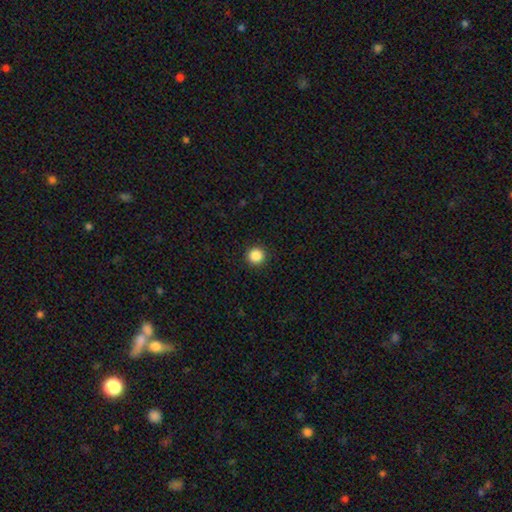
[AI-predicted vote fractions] Smooth or featured?
  - smooth: 86% *
  - star or artifact: 11%
  - featured or disk: 3%
How rounded?
  - round: 96% *
  - in between: 3%
  - cigar-shaped: 1%
Merging?
  - none: 93% *
  - minor disturbance: 4%
  - major disturbance: 2%
  - merger: 1%